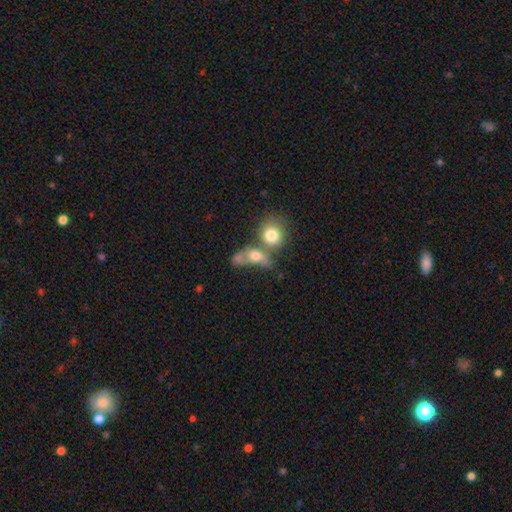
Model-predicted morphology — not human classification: Smooth or featured: smooth — 66% (featured or disk — 23%)
How rounded: in between — 51% (round — 45%)
Merging: merger — 58% (none — 19%)